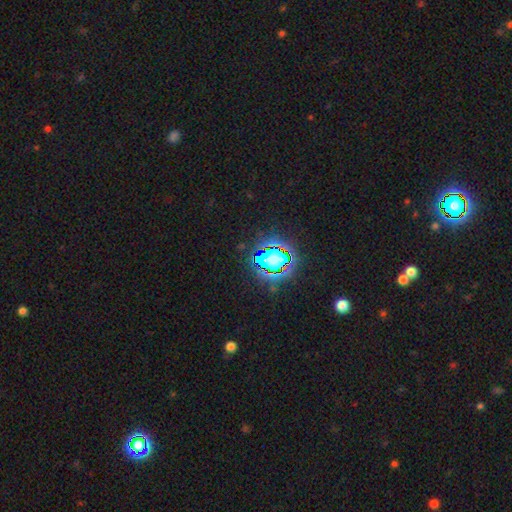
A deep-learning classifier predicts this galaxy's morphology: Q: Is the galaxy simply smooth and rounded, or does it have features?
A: star or artifact — 80%.